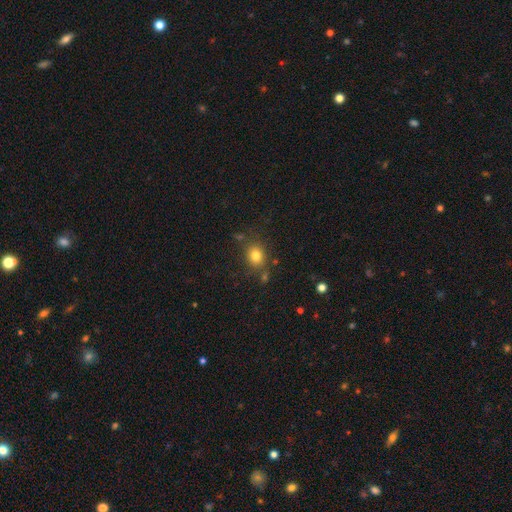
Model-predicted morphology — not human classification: Overall: smooth (80%). How rounded: round (63%; in between 37%). Merging: none (77%).